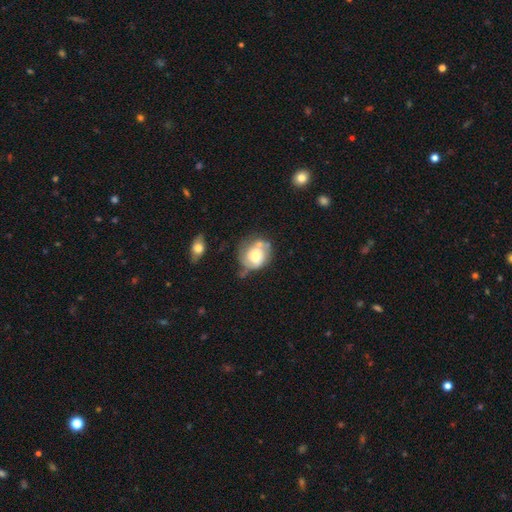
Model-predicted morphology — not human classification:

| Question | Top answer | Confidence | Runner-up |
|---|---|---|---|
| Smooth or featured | smooth | 50% | featured or disk (42%) |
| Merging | none | 40% | minor disturbance (28%) |